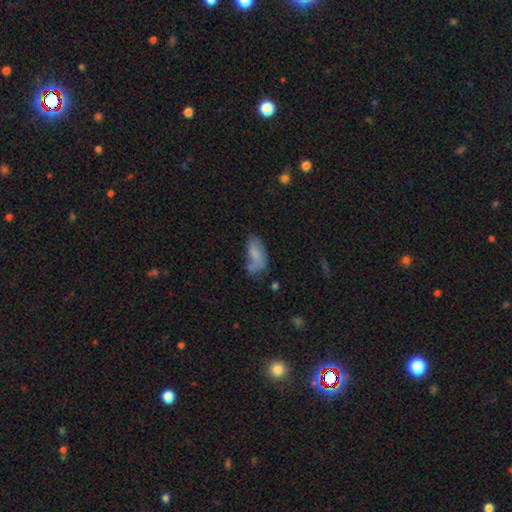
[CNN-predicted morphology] The model was most divided on "merging": none: 39%, minor disturbance: 28%, major disturbance: 17%, merger: 16%. More confident: how rounded — in between (88%); smooth or featured — smooth (73%).